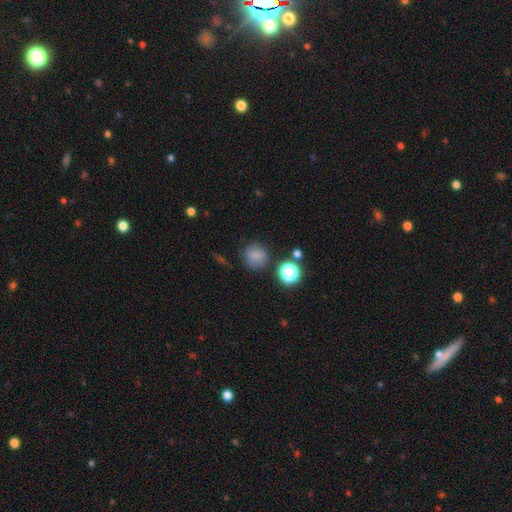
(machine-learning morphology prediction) The model was most divided on "smooth or featured": smooth: 77%, star or artifact: 16%, featured or disk: 8%. More confident: how rounded — round (85%); merging — none (78%).